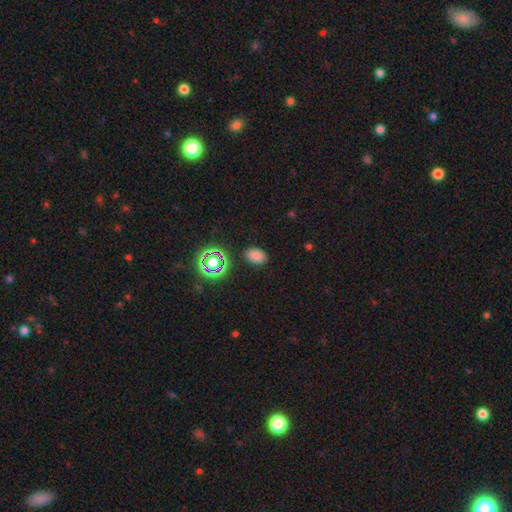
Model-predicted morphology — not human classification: Smooth or featured? smooth (76%)
How rounded? in between (81%)
Merging? none (86%)